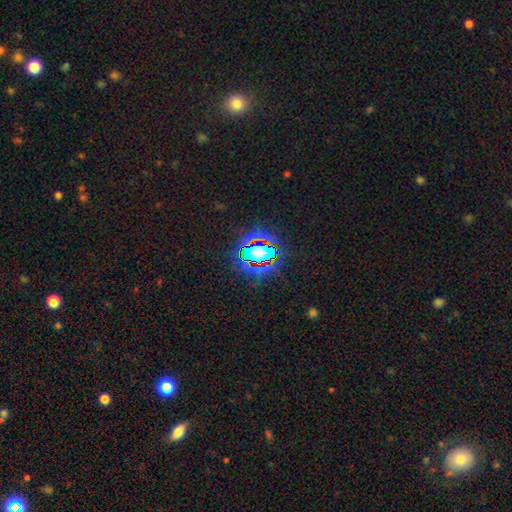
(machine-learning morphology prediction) Smooth or featured? star or artifact (79%)